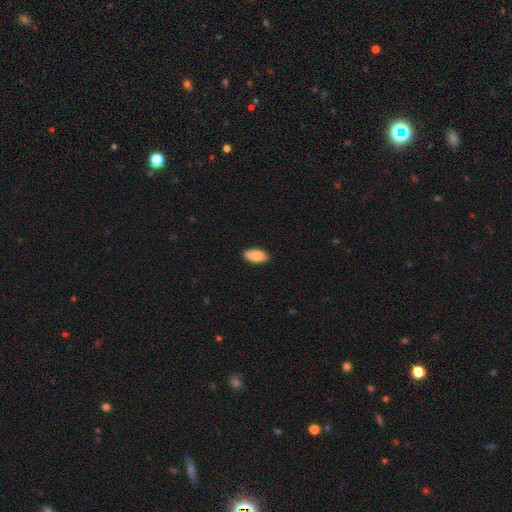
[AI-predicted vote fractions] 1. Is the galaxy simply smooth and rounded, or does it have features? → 83% smooth, 11% featured or disk, 6% star or artifact.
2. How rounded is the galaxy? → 88% in between, 10% cigar-shaped, 3% round.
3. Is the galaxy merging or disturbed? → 88% none, 9% minor disturbance, 2% major disturbance, 1% merger.